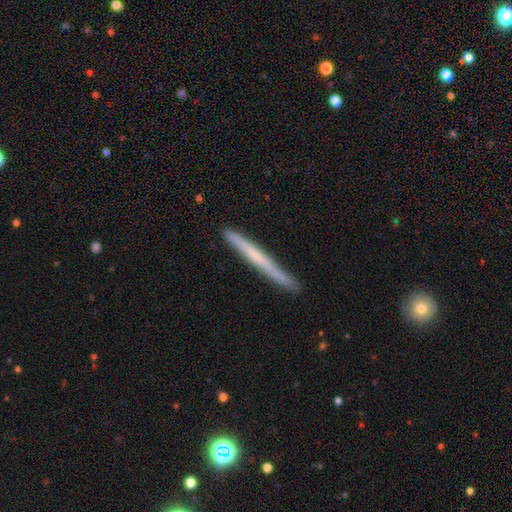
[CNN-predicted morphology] This appears to be a smooth galaxy with no disk features (49%). Merging: none (89%).